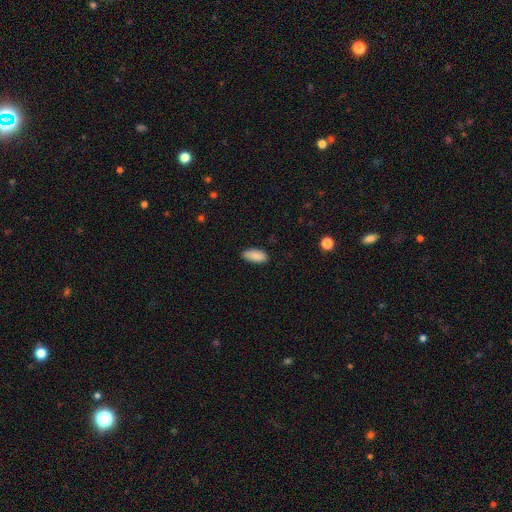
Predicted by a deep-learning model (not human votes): smooth-or-featured: smooth: 88% | star or artifact: 6% | featured or disk: 5%
  how-rounded: in between: 88% | cigar-shaped: 10% | round: 2%
  merging: none: 82% | minor disturbance: 14% | major disturbance: 2% | merger: 1%